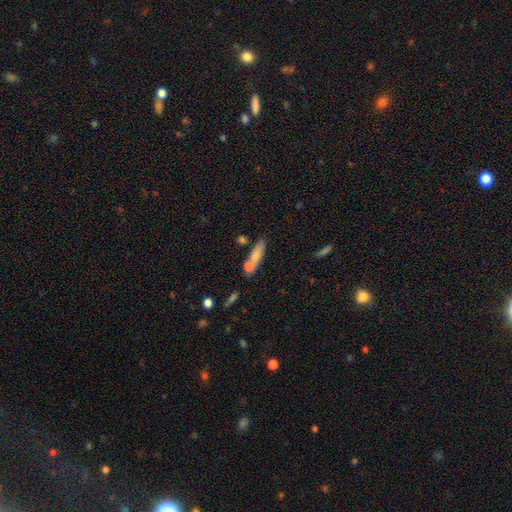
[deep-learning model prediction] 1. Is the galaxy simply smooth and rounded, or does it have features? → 73% smooth, 20% featured or disk, 8% star or artifact.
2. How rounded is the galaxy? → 65% cigar-shaped, 31% in between, 4% round.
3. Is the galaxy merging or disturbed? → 57% none, 22% merger, 15% minor disturbance, 5% major disturbance.